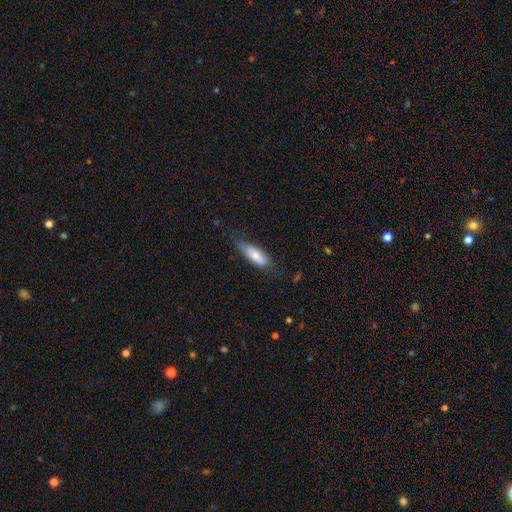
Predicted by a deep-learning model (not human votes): The model was most divided on "how rounded": in between: 63%, cigar-shaped: 35%, round: 2%. More confident: smooth or featured — smooth (71%); merging — none (61%).